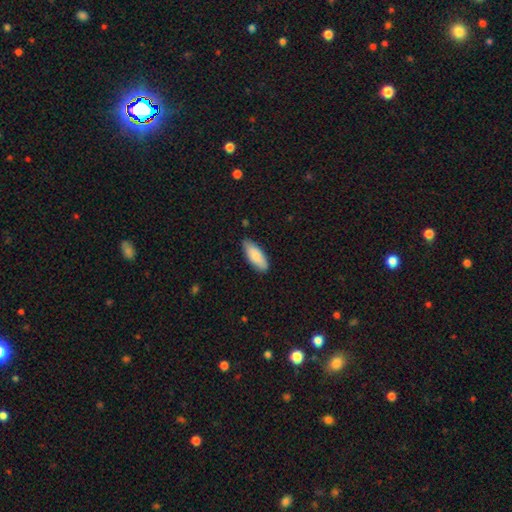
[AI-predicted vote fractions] smooth-or-featured: smooth: 85% | featured or disk: 9% | star or artifact: 5%
  how-rounded: in between: 75% | cigar-shaped: 23% | round: 2%
  merging: none: 80% | minor disturbance: 16% | major disturbance: 2% | merger: 1%